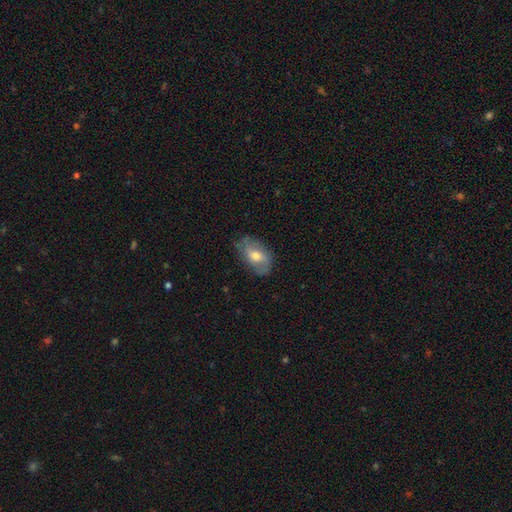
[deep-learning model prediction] Smooth or featured?
  - featured or disk: 49% *
  - smooth: 44%
  - star or artifact: 7%
Merging?
  - none: 70% *
  - minor disturbance: 22%
  - major disturbance: 7%
  - merger: 1%